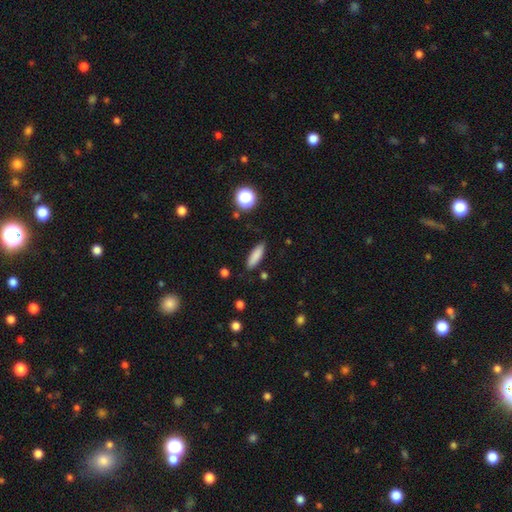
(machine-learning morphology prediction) Smooth or featured? smooth (85%)
How rounded? cigar-shaped (49%, tied with in between)
Merging? none (86%)